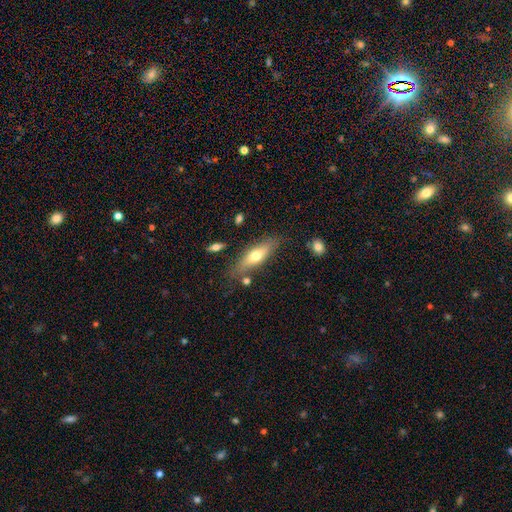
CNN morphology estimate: Smooth or featured?
  - smooth: 58% *
  - featured or disk: 36%
  - star or artifact: 6%
How rounded?
  - cigar-shaped: 52% *
  - in between: 46%
  - round: 2%
Merging?
  - none: 74% *
  - minor disturbance: 16%
  - merger: 5%
  - major disturbance: 4%